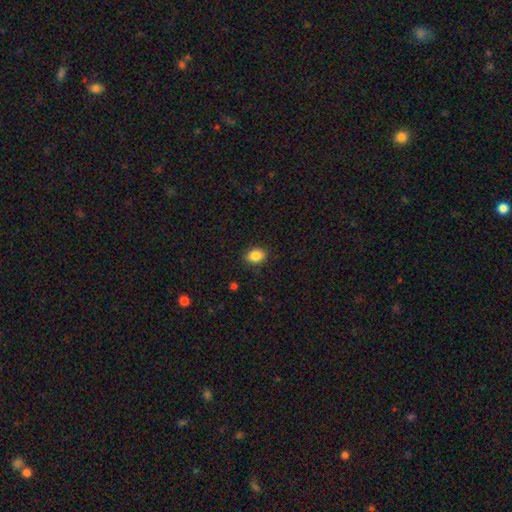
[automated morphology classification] This is clearly a smooth galaxy (87%). How rounded: likely in between (69%). Merging: clearly none (88%).